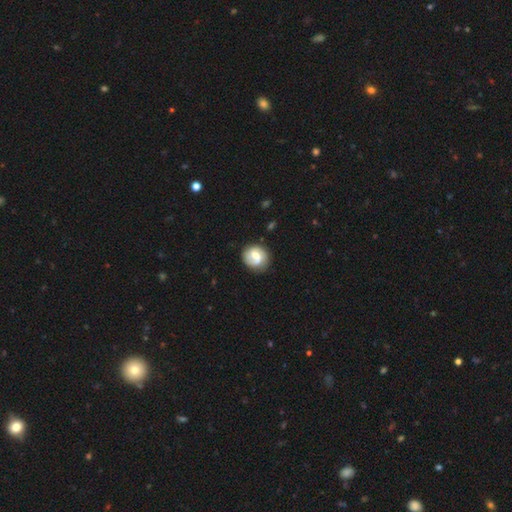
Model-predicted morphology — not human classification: This is possibly a featured or disk galaxy (52%). It is clearly not viewed edge-on (98%). Bar: possibly weak (50%). Spiral arm pattern: clearly yes (81%). Central bulge: possibly moderate (56%). Merging: likely none (75%).